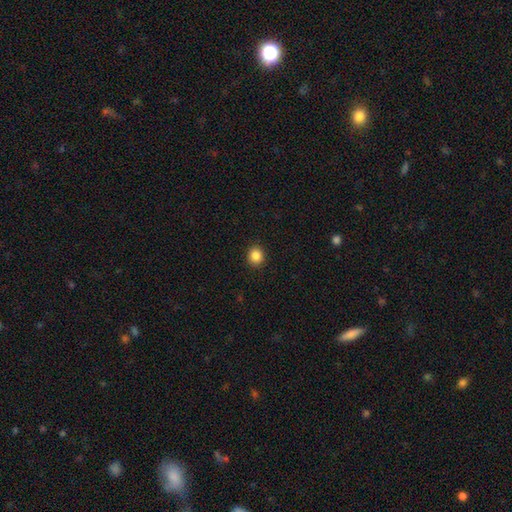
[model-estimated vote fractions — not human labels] A smooth galaxy with no disk features (86%) that is round (84%). Merging: none (92%).